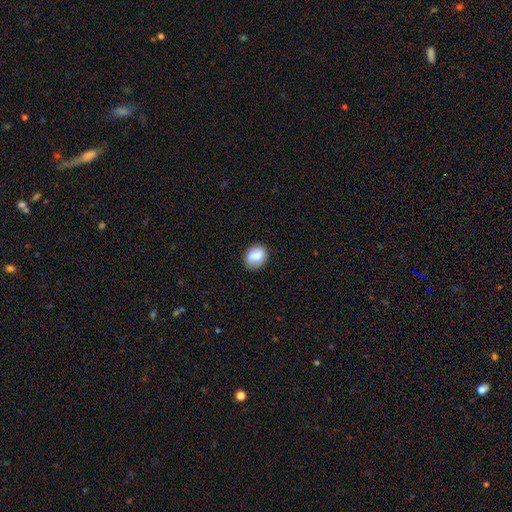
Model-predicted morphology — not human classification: Overall: smooth (74%). How rounded: round (55%; in between 44%). Merging: none (83%).